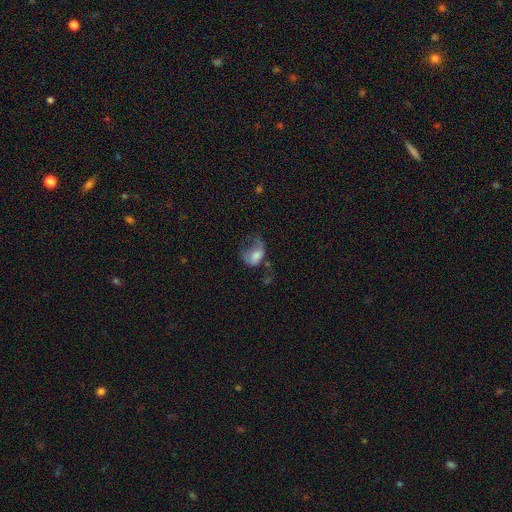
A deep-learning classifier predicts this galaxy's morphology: Smooth or featured? smooth (61%)
How rounded? in between (80%)
Merging? major disturbance (54%)